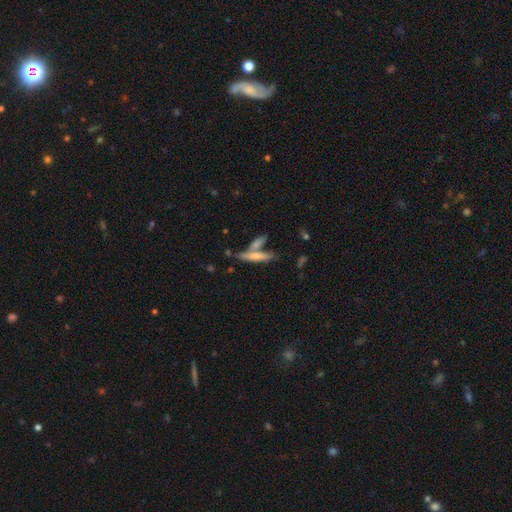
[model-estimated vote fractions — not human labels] Smooth or featured: smooth — 59% (featured or disk — 34%)
How rounded: cigar-shaped — 84% (in between — 14%)
Merging: none — 55% (merger — 30%)